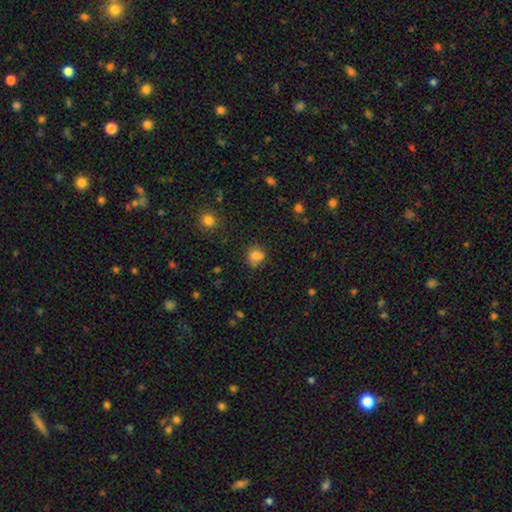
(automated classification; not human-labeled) Smooth or featured: smooth — 78% (star or artifact — 14%)
How rounded: round — 85% (in between — 14%)
Merging: none — 71% (minor disturbance — 15%)